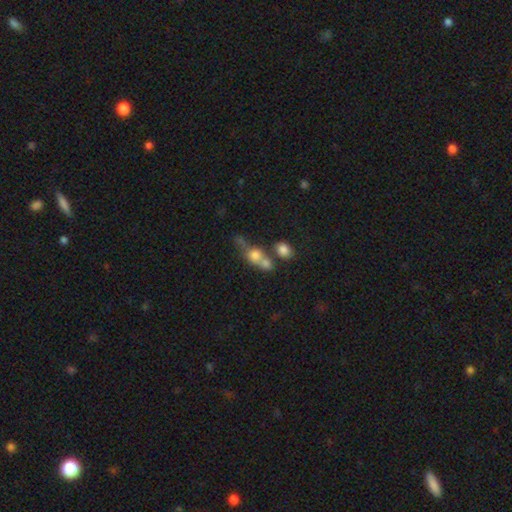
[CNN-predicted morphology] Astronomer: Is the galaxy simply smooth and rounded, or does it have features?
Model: smooth — 63%.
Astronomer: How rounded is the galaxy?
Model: round — 57% (runner-up: in between, 36%).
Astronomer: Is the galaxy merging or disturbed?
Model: merger — 53% (runner-up: none, 30%).